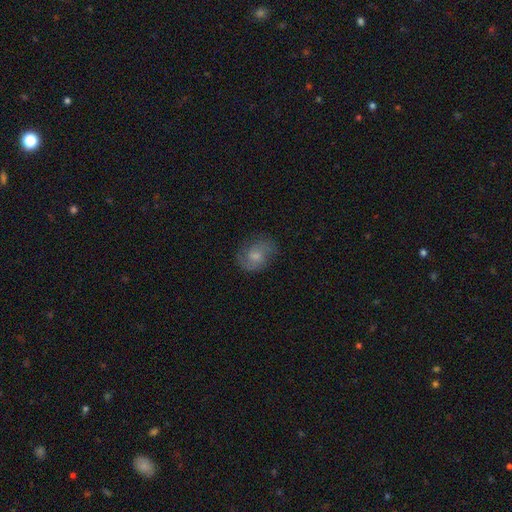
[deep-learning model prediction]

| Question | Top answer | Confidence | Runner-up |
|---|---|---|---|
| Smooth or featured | featured or disk | 52% | smooth (39%) |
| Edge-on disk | no | 97% | yes (3%) |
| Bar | no | 56% | weak (39%) |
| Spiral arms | yes | 86% | no (14%) |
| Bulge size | moderate | 42% | small (40%) |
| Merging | none | 71% | minor disturbance (19%) |